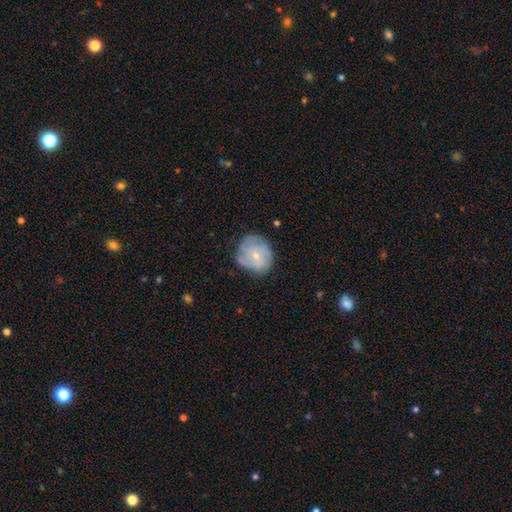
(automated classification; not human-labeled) smooth_or_featured: featured or disk (p=0.50) [alt: smooth p=0.42]
merging: none (p=0.65) [alt: minor disturbance p=0.25]